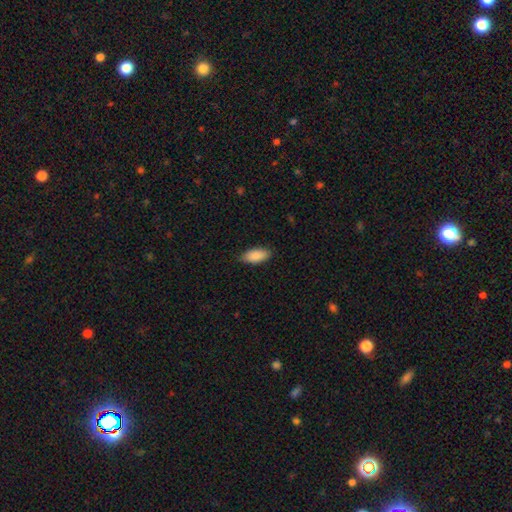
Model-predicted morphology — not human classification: Smooth or featured? Predicted: smooth (p=0.89). How rounded? Predicted: in between (p=0.90). Merging? Predicted: none (p=0.86).